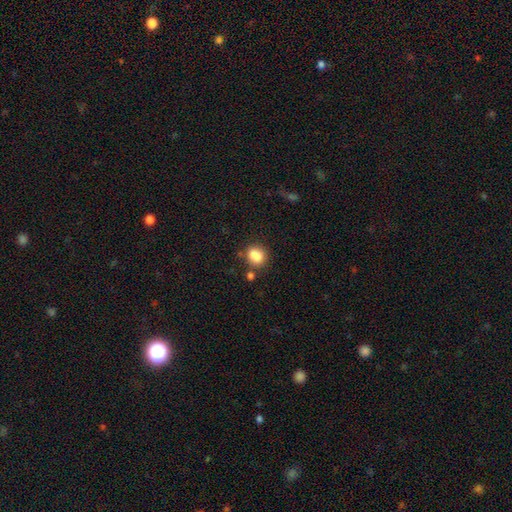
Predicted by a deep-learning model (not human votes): Q: Smooth or featured?
A: smooth (82%); runner-up: star or artifact (10%)
Q: How rounded?
A: round (56%); runner-up: in between (42%)
Q: Merging?
A: none (58%); runner-up: merger (19%)